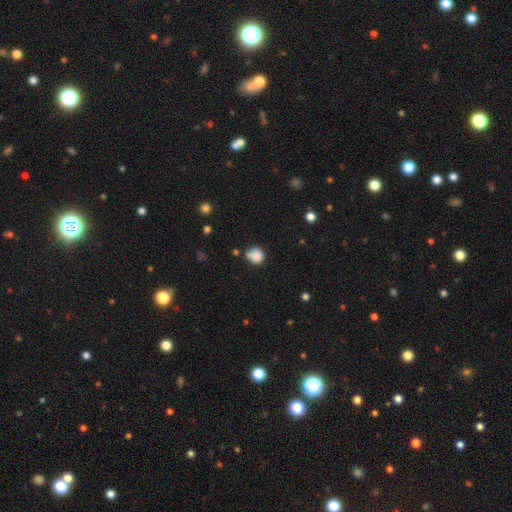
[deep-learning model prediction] The model was most divided on "merging": none: 66%, minor disturbance: 22%, merger: 7%, major disturbance: 5%. More confident: smooth or featured — smooth (86%); how rounded — round (82%).